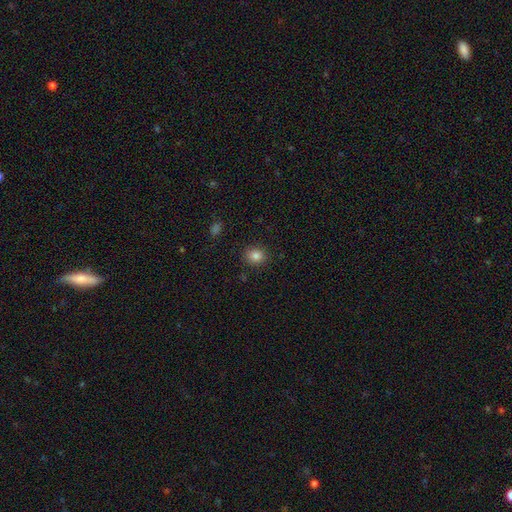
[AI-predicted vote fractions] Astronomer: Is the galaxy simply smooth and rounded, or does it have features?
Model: smooth — 84%.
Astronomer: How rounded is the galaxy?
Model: round — 69%.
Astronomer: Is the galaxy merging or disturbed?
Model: none — 88%.